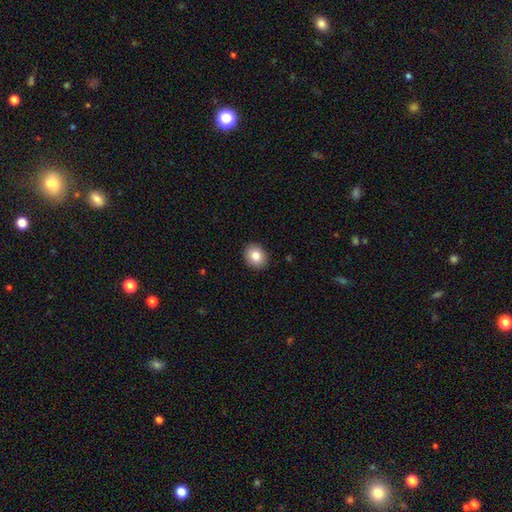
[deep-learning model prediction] smooth-or-featured: smooth: 82% | star or artifact: 9% | featured or disk: 8%
  how-rounded: round: 61% | in between: 38% | cigar-shaped: 1%
  merging: none: 90% | minor disturbance: 7% | major disturbance: 2% | merger: 1%